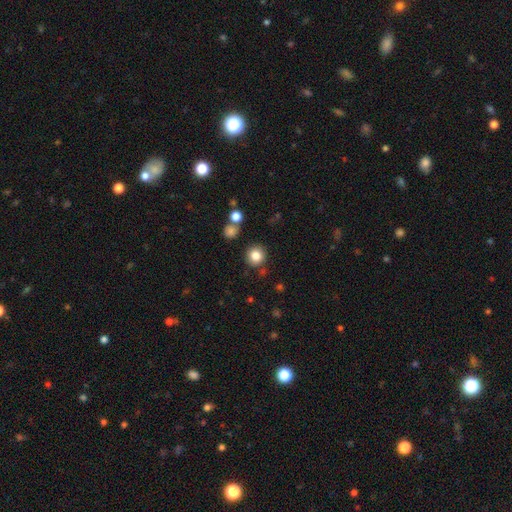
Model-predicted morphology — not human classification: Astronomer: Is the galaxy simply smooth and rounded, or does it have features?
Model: smooth — 83%.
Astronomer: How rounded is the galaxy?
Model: round — 92%.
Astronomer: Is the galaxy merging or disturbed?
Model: none — 85%.